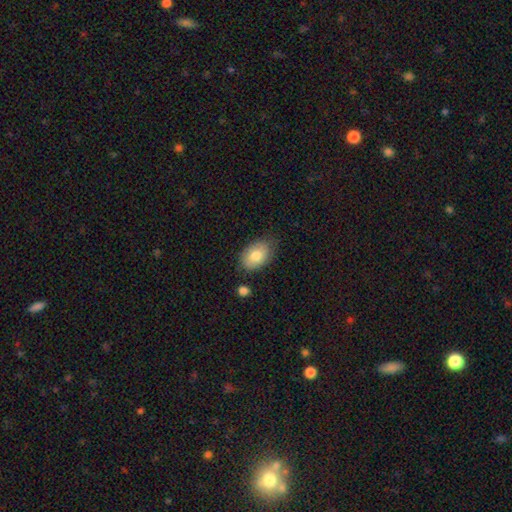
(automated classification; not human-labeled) A smooth galaxy with no disk features (78%) that is in between round and cigar-shaped (85%).

Vote fractions:
- Smooth or featured? smooth: 78% / featured or disk: 15% / star or artifact: 7%
- How rounded? in between: 85% / round: 14% / cigar-shaped: 1%
- Merging? none: 74% / minor disturbance: 19% / major disturbance: 4% / merger: 3%